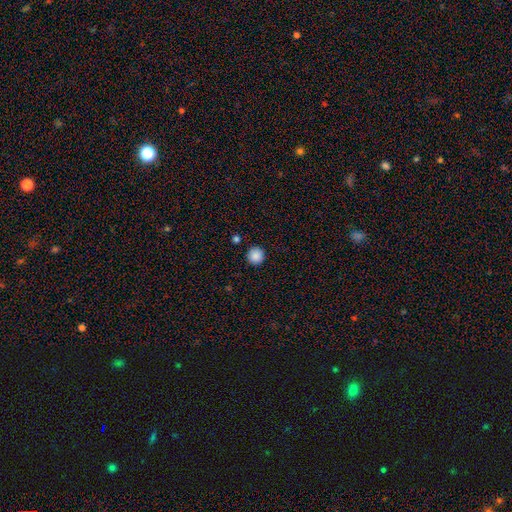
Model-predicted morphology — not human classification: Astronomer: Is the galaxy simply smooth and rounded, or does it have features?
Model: smooth — 88%.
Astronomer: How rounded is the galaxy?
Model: round — 95%.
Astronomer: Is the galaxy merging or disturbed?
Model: none — 91%.